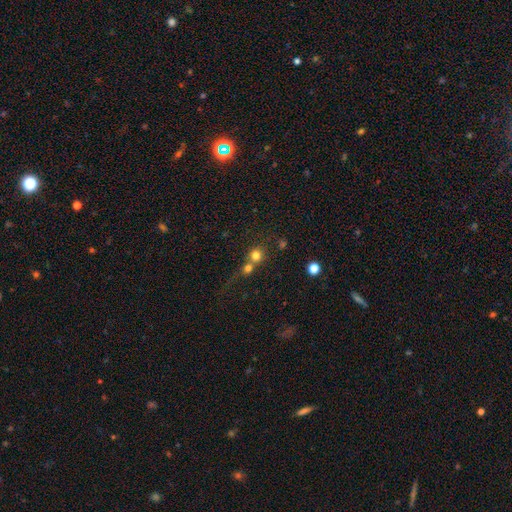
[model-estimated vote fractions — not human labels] Smooth or featured? Predicted: smooth (p=0.75). How rounded? Predicted: round (p=0.89). Merging? Predicted: merger (p=0.48).